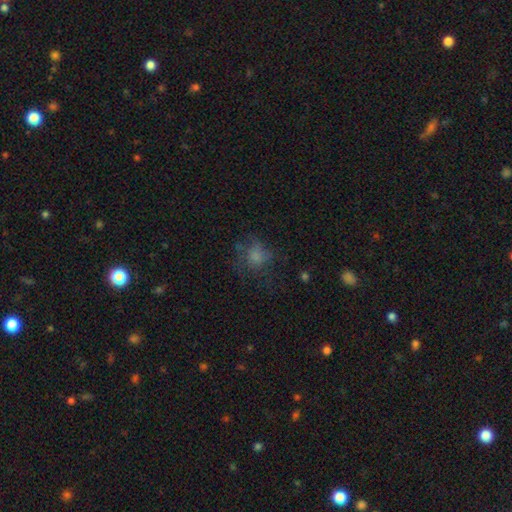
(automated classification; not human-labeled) This appears to be a smooth galaxy with no disk features (58%) that is round (75%). Merging: none (59%).